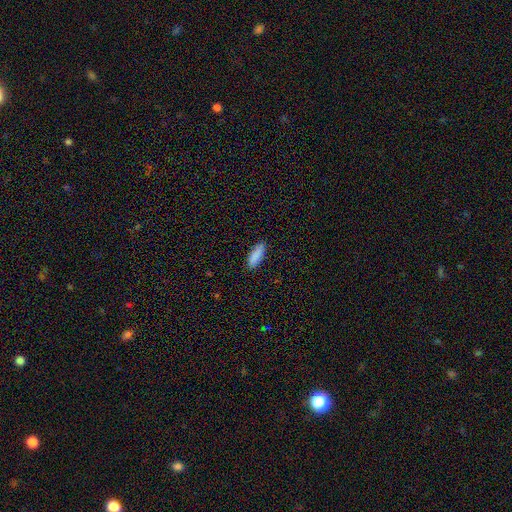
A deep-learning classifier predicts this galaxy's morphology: type=smooth (89%); roundness=in between (65%); merging=none (87%).